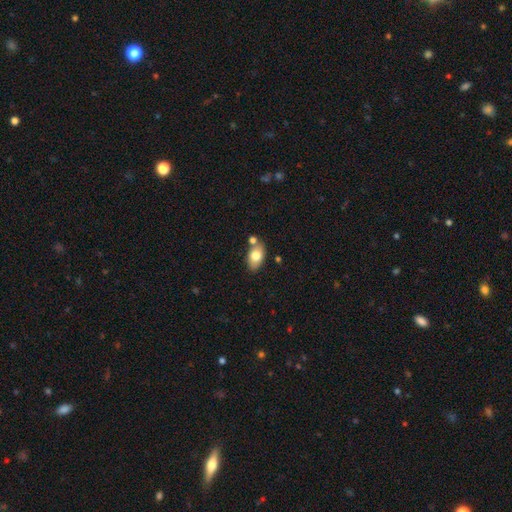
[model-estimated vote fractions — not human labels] This appears to be a smooth galaxy with no disk features (75%) that is in between round and cigar-shaped (90%). Merging: none (68%).